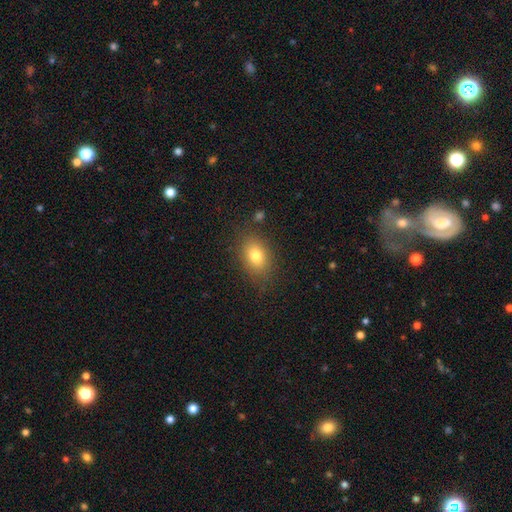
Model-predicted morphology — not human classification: Q: Smooth or featured?
A: smooth (79%); runner-up: featured or disk (11%)
Q: How rounded?
A: in between (76%); runner-up: round (22%)
Q: Merging?
A: none (82%); runner-up: minor disturbance (12%)